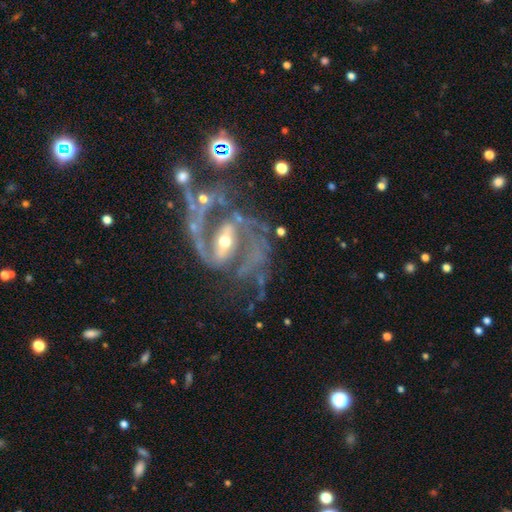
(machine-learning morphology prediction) This is clearly a featured or disk galaxy (90%). It is clearly not viewed edge-on (97%). Bar: possibly strong (53%). Spiral arm pattern: clearly yes (96%). Spiral arm count: likely 2 (78%). Spiral winding: possibly medium (54%). Central bulge: possibly small (55%). Merging: possibly none (46%).